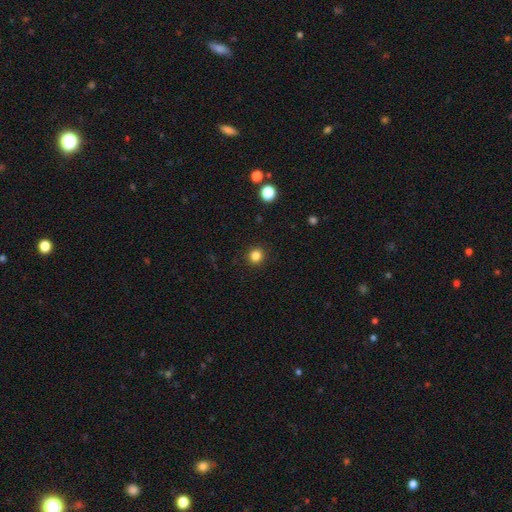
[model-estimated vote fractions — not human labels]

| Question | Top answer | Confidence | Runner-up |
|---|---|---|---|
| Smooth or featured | smooth | 83% | star or artifact (13%) |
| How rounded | round | 93% | in between (6%) |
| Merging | none | 92% | minor disturbance (5%) |